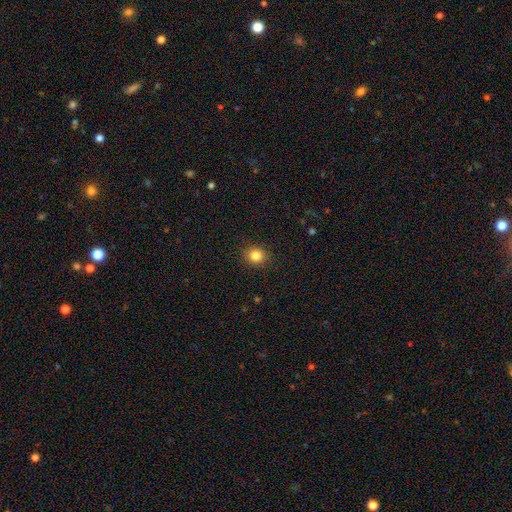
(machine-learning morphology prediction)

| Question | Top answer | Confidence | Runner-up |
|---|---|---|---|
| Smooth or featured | smooth | 84% | star or artifact (11%) |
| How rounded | round | 82% | in between (17%) |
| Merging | none | 91% | minor disturbance (6%) |